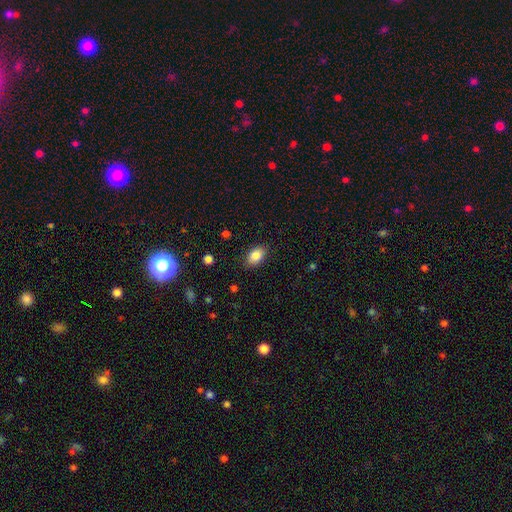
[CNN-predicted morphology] smooth-or-featured: smooth: 85% | star or artifact: 8% | featured or disk: 7%
  how-rounded: in between: 85% | round: 13% | cigar-shaped: 1%
  merging: none: 87% | minor disturbance: 10% | major disturbance: 2% | merger: 1%